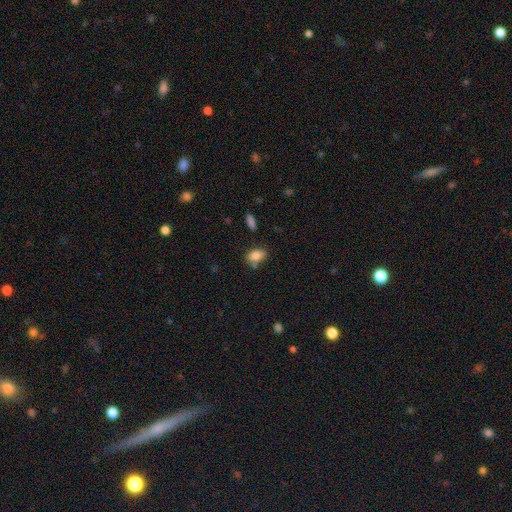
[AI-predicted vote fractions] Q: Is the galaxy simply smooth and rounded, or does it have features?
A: smooth — 81%.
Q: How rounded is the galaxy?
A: in between — 88%.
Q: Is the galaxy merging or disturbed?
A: none — 69%.